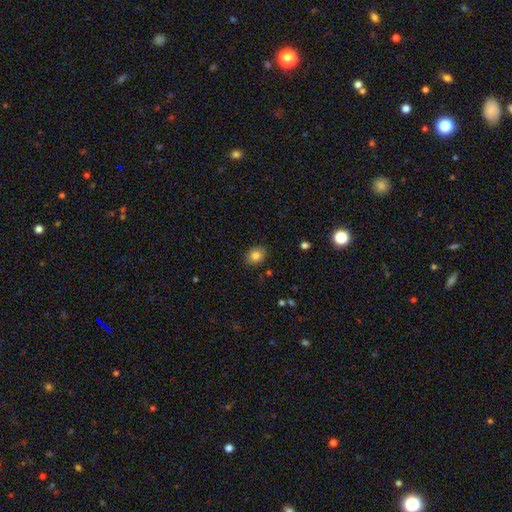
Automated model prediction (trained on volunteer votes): smooth_or_featured: smooth (p=0.82) [alt: star or artifact p=0.10]
how_rounded: round (p=0.54) [alt: in between p=0.45]
merging: none (p=0.88) [alt: minor disturbance p=0.09]